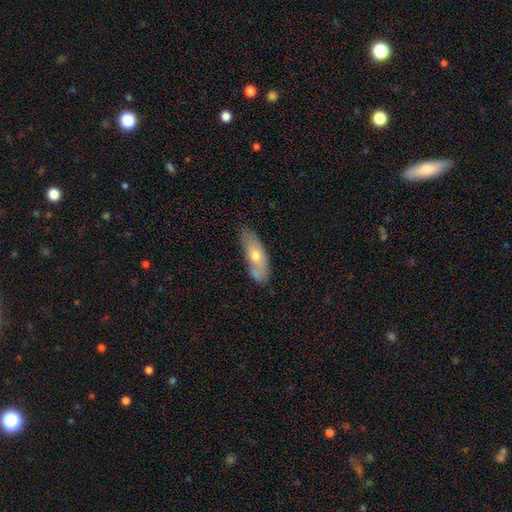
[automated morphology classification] A smooth galaxy with no disk features (61%) that is in between round and cigar-shaped (69%).

Vote fractions:
- Smooth or featured? smooth: 61% / featured or disk: 33% / star or artifact: 6%
- How rounded? in between: 69% / cigar-shaped: 28% / round: 3%
- Merging? none: 57% / minor disturbance: 30% / major disturbance: 7% / merger: 5%